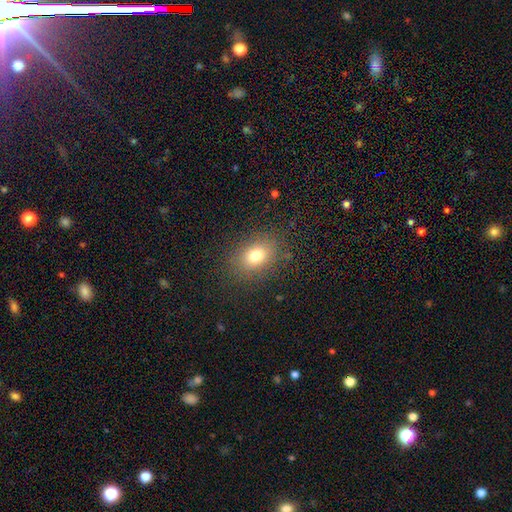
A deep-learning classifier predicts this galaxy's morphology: smooth_or_featured: smooth (p=0.76) [alt: star or artifact p=0.13]
how_rounded: in between (p=0.69) [alt: round p=0.30]
merging: none (p=0.84) [alt: minor disturbance p=0.10]